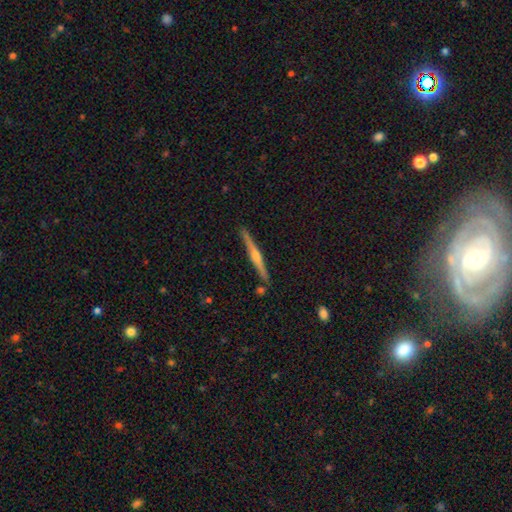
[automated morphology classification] Smooth or featured: featured or disk — 74% (smooth — 20%)
Edge-on disk: yes — 98% (no — 2%)
Edge-on bulge: rounded — 82% (none — 9%)
Merging: none — 90% (minor disturbance — 6%)